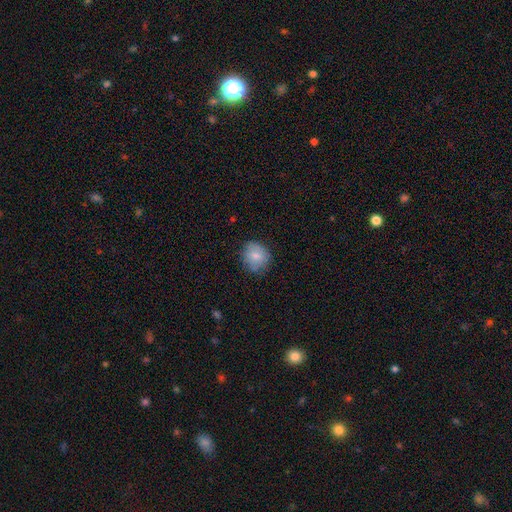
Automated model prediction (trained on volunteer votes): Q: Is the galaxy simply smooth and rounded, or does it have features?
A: smooth — 80%.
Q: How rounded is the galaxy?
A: round — 77%.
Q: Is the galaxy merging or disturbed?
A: none — 77%.